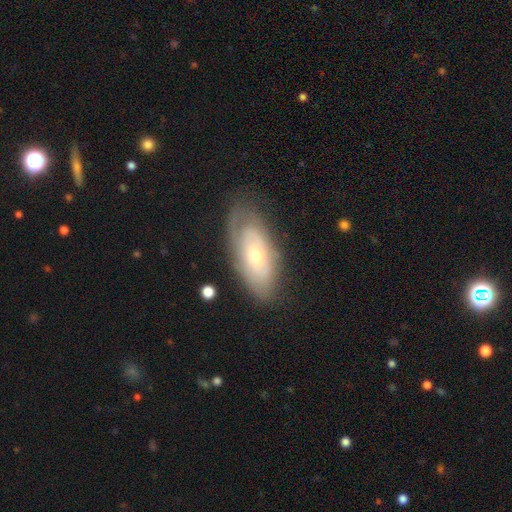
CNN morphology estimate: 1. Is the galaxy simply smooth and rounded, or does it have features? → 58% featured or disk, 35% smooth, 7% star or artifact.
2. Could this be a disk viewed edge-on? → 86% no, 14% yes.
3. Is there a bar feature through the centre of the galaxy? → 83% no, 13% weak, 3% strong.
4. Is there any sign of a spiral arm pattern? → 54% yes, 46% no.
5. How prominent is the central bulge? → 50% small, 46% moderate, 2% large, 1% dominant, 1% none.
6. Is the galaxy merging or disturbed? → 71% none, 20% minor disturbance, 7% major disturbance, 2% merger.